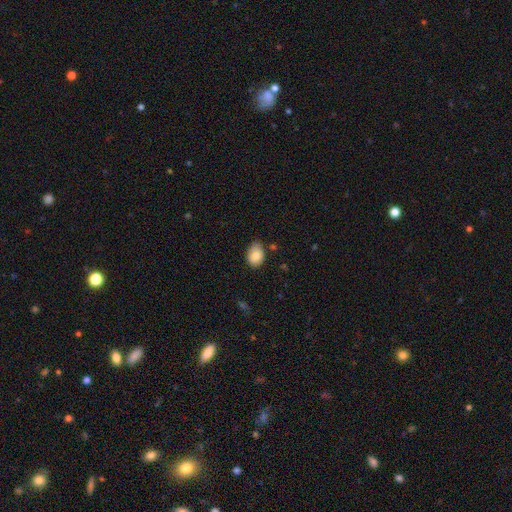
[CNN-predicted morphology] This appears to be a smooth galaxy with no disk features (85%) that is in between round and cigar-shaped (78%). Merging: none (67%).